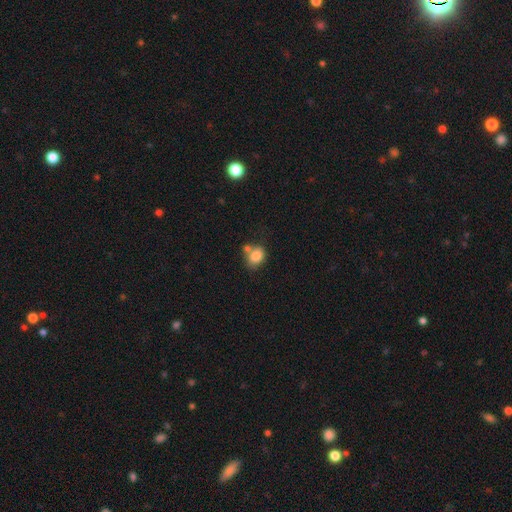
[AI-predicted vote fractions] Q: Smooth or featured?
A: smooth (82%); runner-up: star or artifact (9%)
Q: How rounded?
A: in between (53%); runner-up: round (46%)
Q: Merging?
A: none (50%); runner-up: merger (28%)